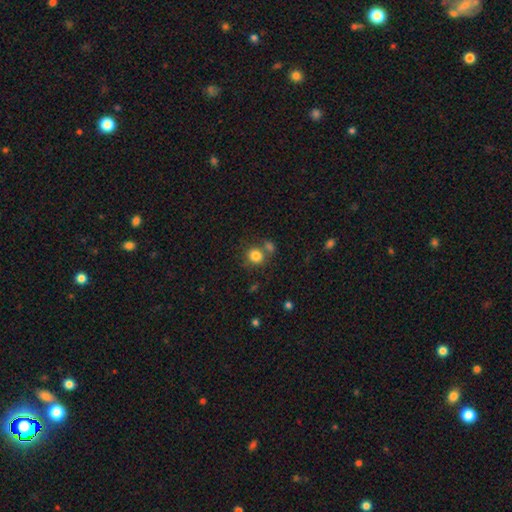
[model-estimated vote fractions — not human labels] Q: Smooth or featured?
A: smooth (83%); runner-up: star or artifact (11%)
Q: How rounded?
A: round (79%); runner-up: in between (20%)
Q: Merging?
A: none (63%); runner-up: merger (22%)